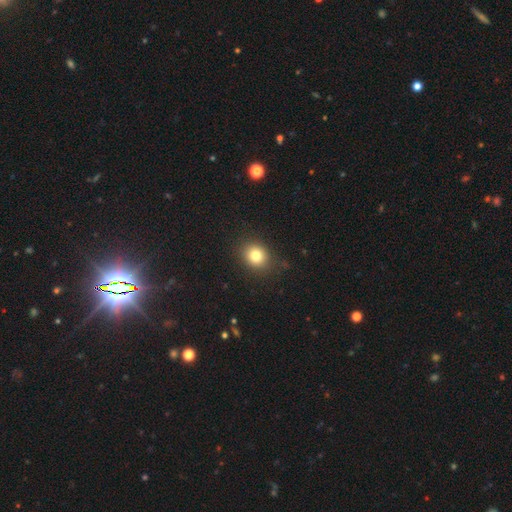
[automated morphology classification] Q: Smooth or featured?
A: smooth (80%); runner-up: star or artifact (12%)
Q: How rounded?
A: round (72%); runner-up: in between (27%)
Q: Merging?
A: none (85%); runner-up: minor disturbance (10%)